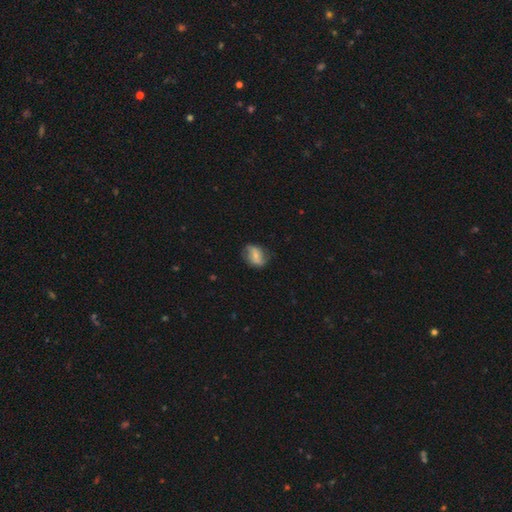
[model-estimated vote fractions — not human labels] Smooth or featured: featured or disk — 46% (tied with smooth — 46%)
Merging: none — 67% (minor disturbance — 24%)